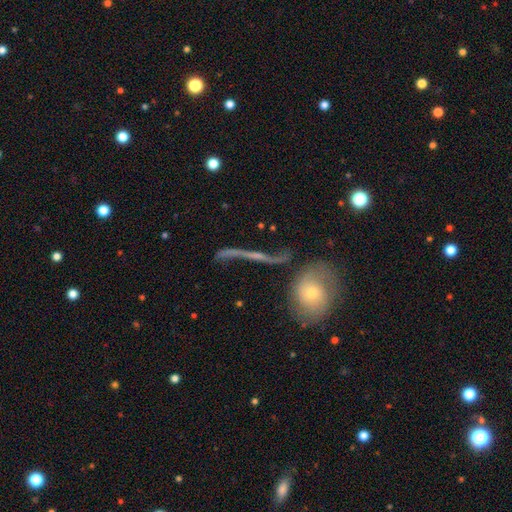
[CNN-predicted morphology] A featured or disk galaxy (56%) viewed edge-on (68%). Merging: none (66%).